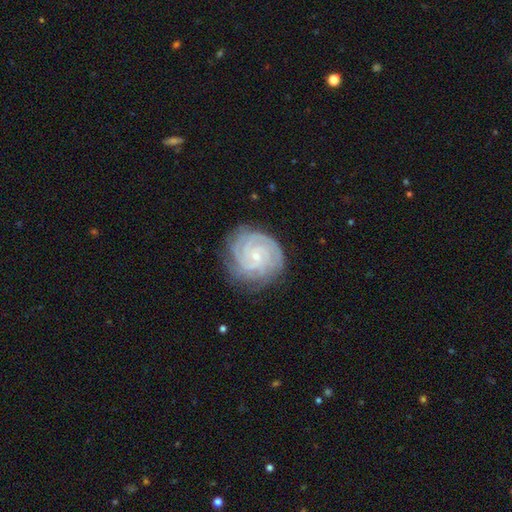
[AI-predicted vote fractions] Q: Smooth or featured?
A: featured or disk (89%); runner-up: star or artifact (6%)
Q: Edge-on disk?
A: no (98%); runner-up: yes (2%)
Q: Bar?
A: no (69%); runner-up: weak (24%)
Q: Spiral arms?
A: yes (98%); runner-up: no (2%)
Q: Spiral winding?
A: tight (85%); runner-up: medium (13%)
Q: Spiral arm count?
A: 4 (30%); runner-up: 3 (24%)
Q: Bulge size?
A: small (84%); runner-up: moderate (12%)
Q: Merging?
A: none (81%); runner-up: minor disturbance (14%)